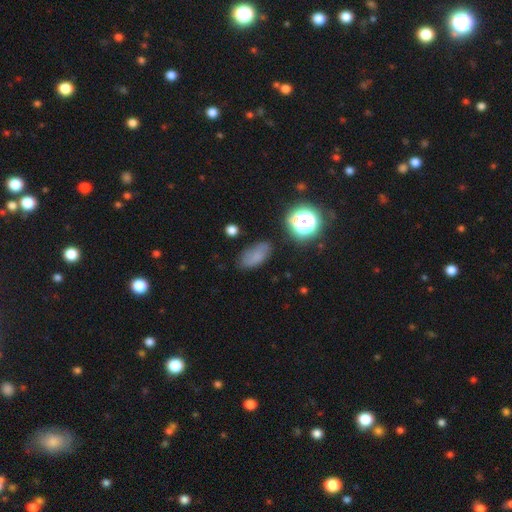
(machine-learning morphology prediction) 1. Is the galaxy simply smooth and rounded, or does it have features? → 72% smooth, 16% star or artifact, 13% featured or disk.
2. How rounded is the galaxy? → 85% in between, 9% round, 6% cigar-shaped.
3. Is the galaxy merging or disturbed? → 71% none, 20% minor disturbance, 7% major disturbance, 3% merger.